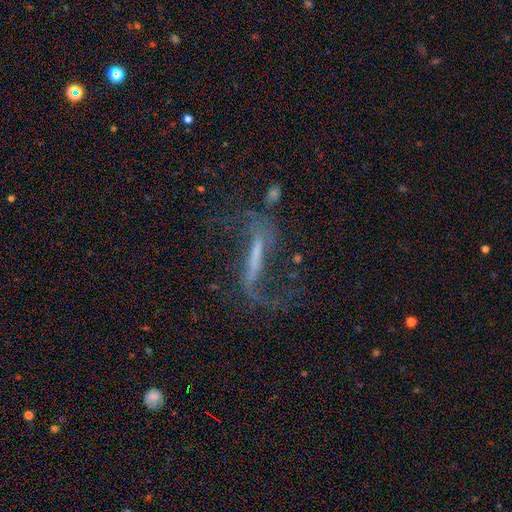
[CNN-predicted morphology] A featured or disk galaxy (76%) with a strong bar (65%), spiral arms (83%) and no central bulge (53%).

Vote fractions:
- Smooth or featured? featured or disk: 76% / smooth: 13% / star or artifact: 11%
- Edge-on disk? no: 75% / yes: 25%
- Bar? strong: 65% / weak: 21% / no: 14%
- Spiral arms? yes: 83% / no: 17%
- Bulge size? none: 53% / small: 28% / moderate: 13% / large: 4% / dominant: 2%
- Merging? none: 51% / major disturbance: 28% / minor disturbance: 15% / merger: 5%